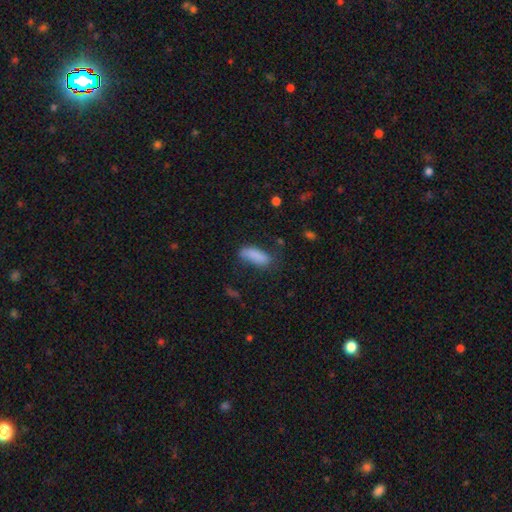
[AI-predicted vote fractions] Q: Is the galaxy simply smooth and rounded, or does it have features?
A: smooth — 84%.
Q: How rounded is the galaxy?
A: in between — 65%.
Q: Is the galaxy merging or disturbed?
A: none — 57%.